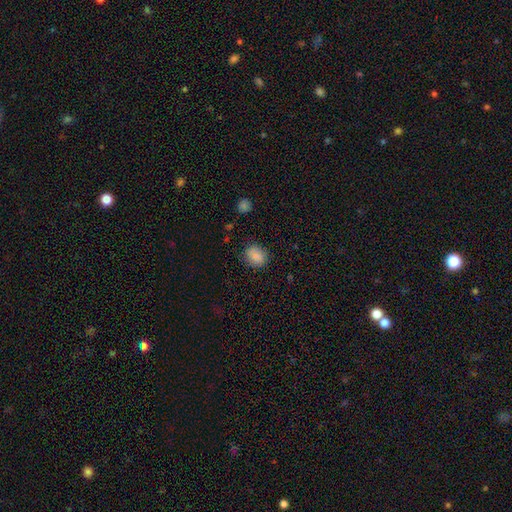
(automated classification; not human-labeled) This is clearly a smooth galaxy (86%). How rounded: possibly round (50%). Merging: clearly none (82%).